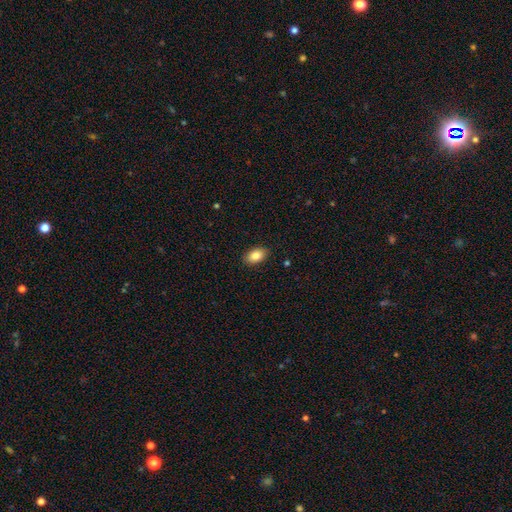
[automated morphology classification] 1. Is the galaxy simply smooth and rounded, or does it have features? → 85% smooth, 7% star or artifact, 7% featured or disk.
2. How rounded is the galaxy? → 90% in between, 9% round, 1% cigar-shaped.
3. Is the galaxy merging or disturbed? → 89% none, 9% minor disturbance, 2% major disturbance, 1% merger.